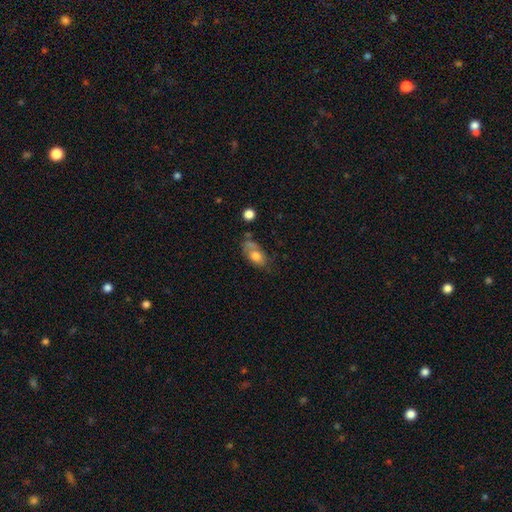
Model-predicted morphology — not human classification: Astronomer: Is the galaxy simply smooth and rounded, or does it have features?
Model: smooth — 69%.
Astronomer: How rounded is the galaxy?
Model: in between — 85%.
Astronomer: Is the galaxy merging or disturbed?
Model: none — 41% (runner-up: minor disturbance, 29%).